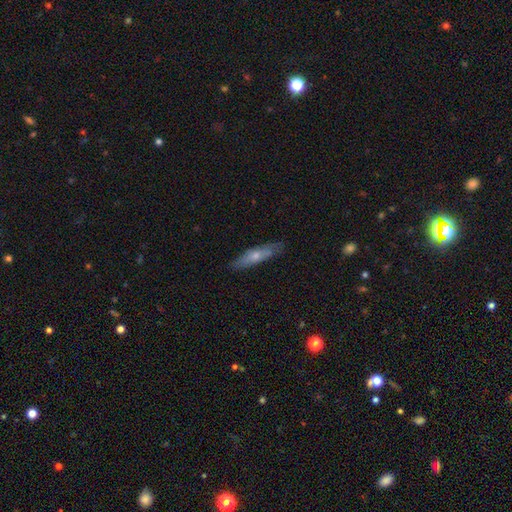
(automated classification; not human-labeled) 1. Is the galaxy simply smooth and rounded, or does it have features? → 53% smooth, 41% featured or disk, 6% star or artifact.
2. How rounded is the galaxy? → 73% cigar-shaped, 25% in between, 2% round.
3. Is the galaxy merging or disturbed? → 76% none, 19% minor disturbance, 4% major disturbance, 2% merger.